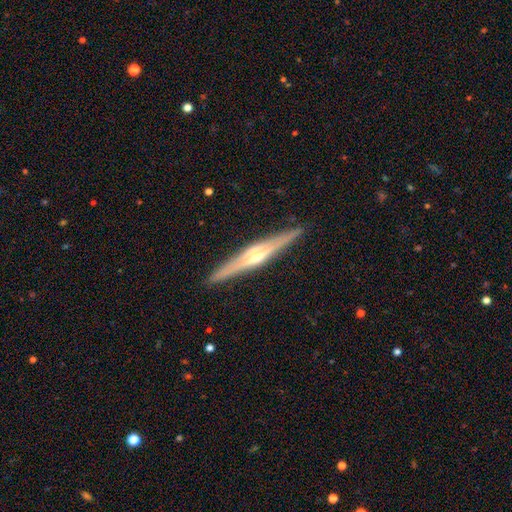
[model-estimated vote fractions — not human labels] Smooth or featured: featured or disk — 79% (smooth — 15%)
Edge-on disk: yes — 97% (no — 3%)
Edge-on bulge: rounded — 84% (boxy — 8%)
Merging: none — 91% (minor disturbance — 6%)